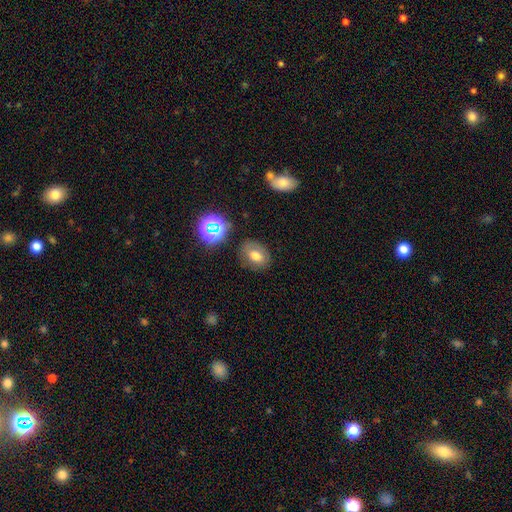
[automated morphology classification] smooth-or-featured: smooth: 70% | star or artifact: 15% | featured or disk: 15%
  how-rounded: in between: 66% | round: 33% | cigar-shaped: 1%
  merging: none: 77% | minor disturbance: 15% | major disturbance: 5% | merger: 3%